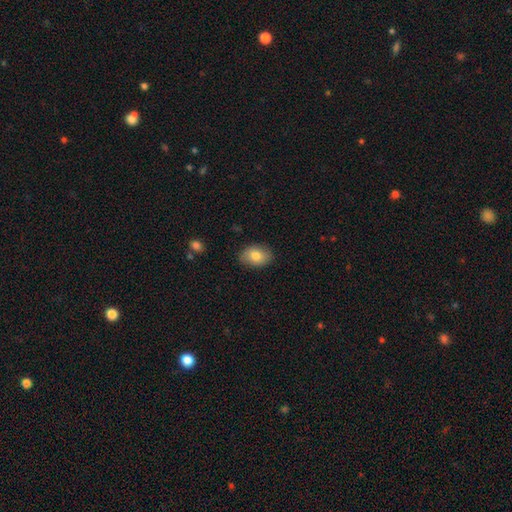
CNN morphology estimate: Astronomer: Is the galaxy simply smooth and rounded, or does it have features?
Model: smooth — 81%.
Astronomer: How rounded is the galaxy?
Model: in between — 81%.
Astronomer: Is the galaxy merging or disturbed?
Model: none — 85%.